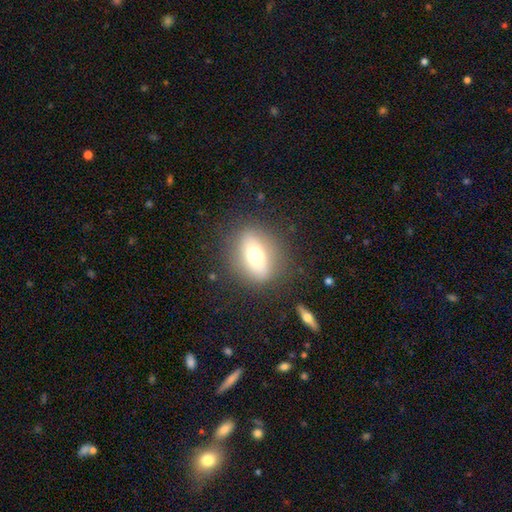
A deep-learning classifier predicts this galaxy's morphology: Smooth or featured: smooth — 63% (featured or disk — 27%)
How rounded: in between — 62% (round — 32%)
Merging: none — 81% (minor disturbance — 12%)